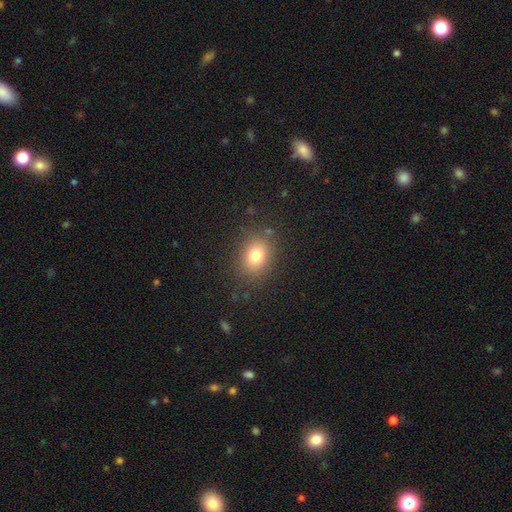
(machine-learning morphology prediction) type=smooth (78%); roundness=in between (52%); merging=none (84%).